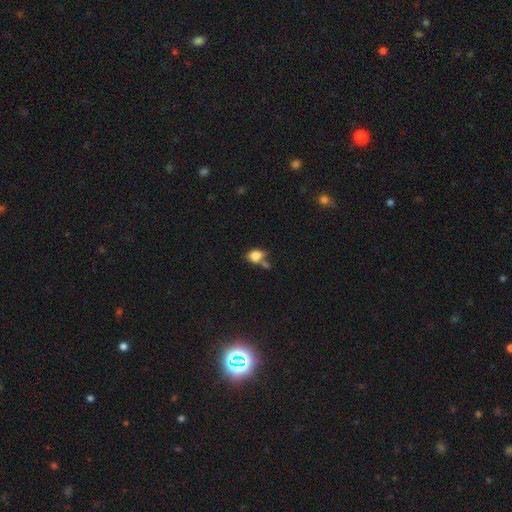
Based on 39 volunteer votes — This is likely a smooth galaxy (77%). How rounded: likely in between (73%). Merging: marginally merger (42%).